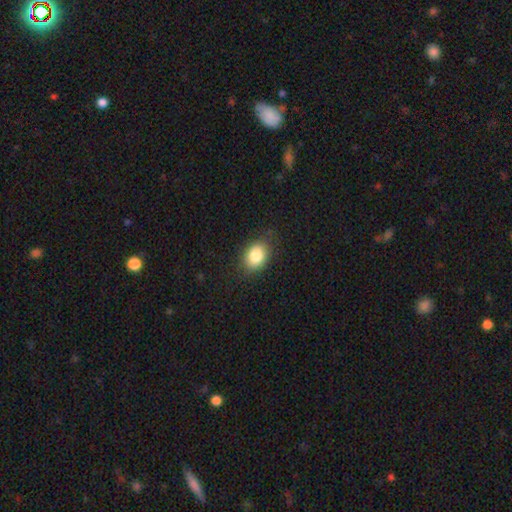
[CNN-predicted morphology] smooth_or_featured: smooth (p=0.84) [alt: star or artifact p=0.09]
how_rounded: in between (p=0.68) [alt: round p=0.31]
merging: none (p=0.81) [alt: minor disturbance p=0.14]